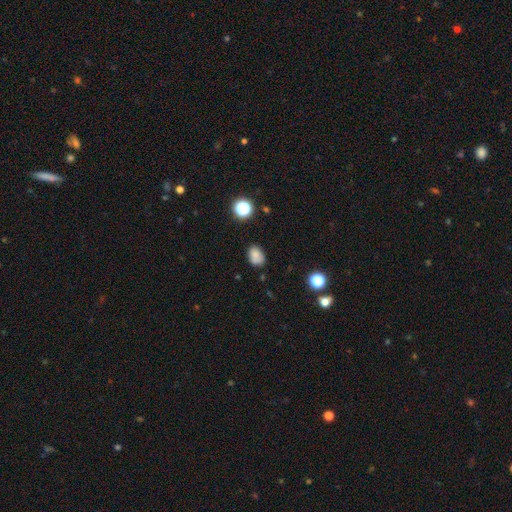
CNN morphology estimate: smooth_or_featured: smooth (p=0.80) [alt: star or artifact p=0.13]
how_rounded: in between (p=0.71) [alt: round p=0.28]
merging: none (p=0.72) [alt: minor disturbance p=0.20]